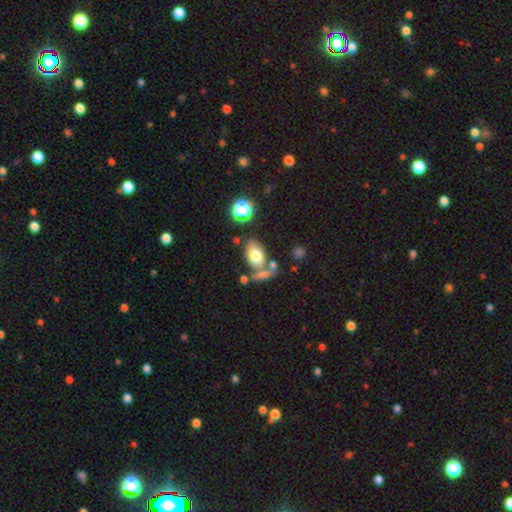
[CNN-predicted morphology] Smooth or featured? smooth (72%)
How rounded? in between (85%)
Merging? none (52%)